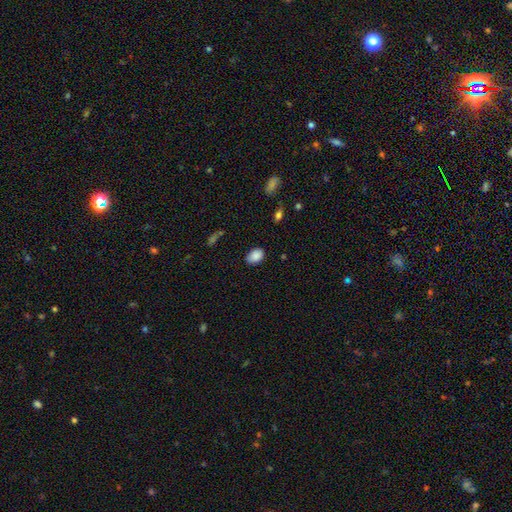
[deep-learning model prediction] A smooth galaxy with no disk features (88%) that is in between round and cigar-shaped (85%). Merging: none (80%).